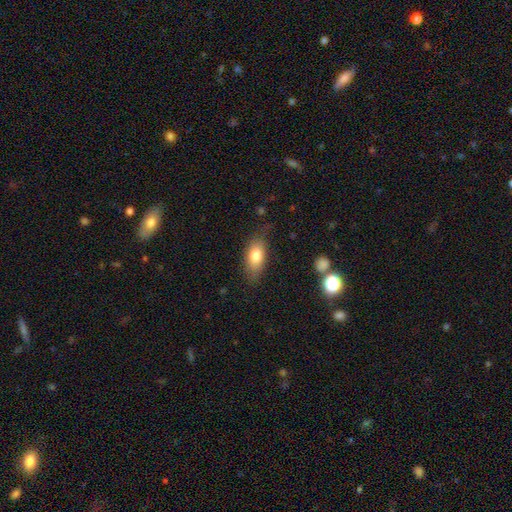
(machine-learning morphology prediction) The model was most divided on "merging": none: 72%, minor disturbance: 20%, major disturbance: 6%, merger: 2%. More confident: how rounded — in between (86%); smooth or featured — smooth (78%).